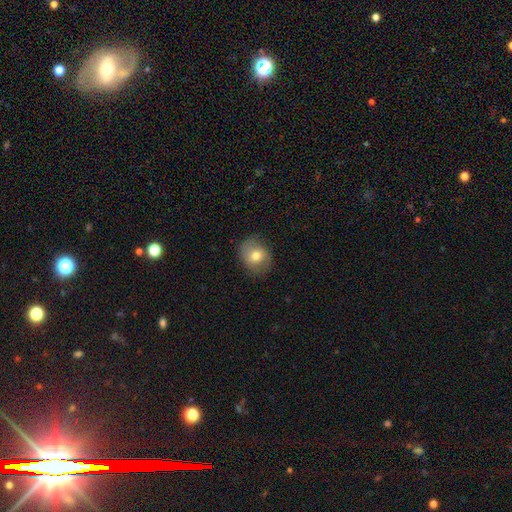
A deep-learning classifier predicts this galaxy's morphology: A smooth galaxy with no disk features (71%) that is round (60%). Merging: none (80%).